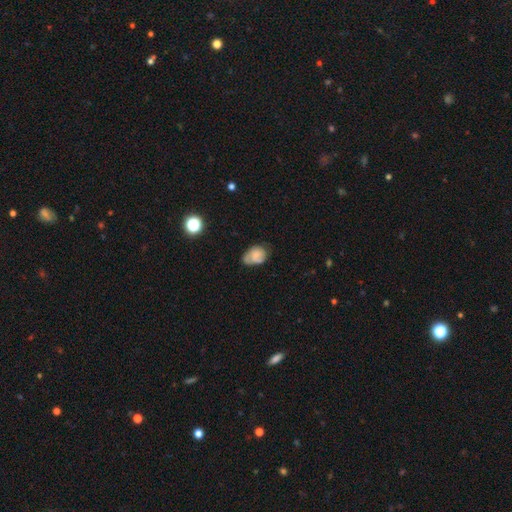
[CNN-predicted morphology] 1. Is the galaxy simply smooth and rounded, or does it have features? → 59% smooth, 30% featured or disk, 11% star or artifact.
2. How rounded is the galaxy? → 71% in between, 28% round, 1% cigar-shaped.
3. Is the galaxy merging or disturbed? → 44% none, 35% minor disturbance, 14% major disturbance, 6% merger.